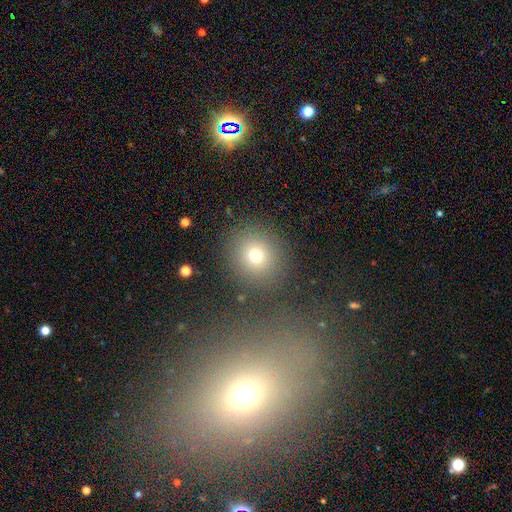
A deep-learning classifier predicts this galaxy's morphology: This is likely a smooth galaxy (73%). How rounded: clearly round (88%). Merging: clearly none (83%).